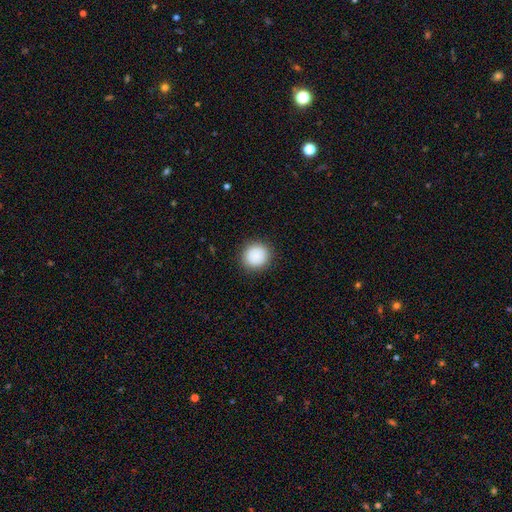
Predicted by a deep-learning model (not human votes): smooth 89%, star or artifact 8%, featured or disk 3%. Down the decision tree: how rounded — round (91%); merging — none (91%).